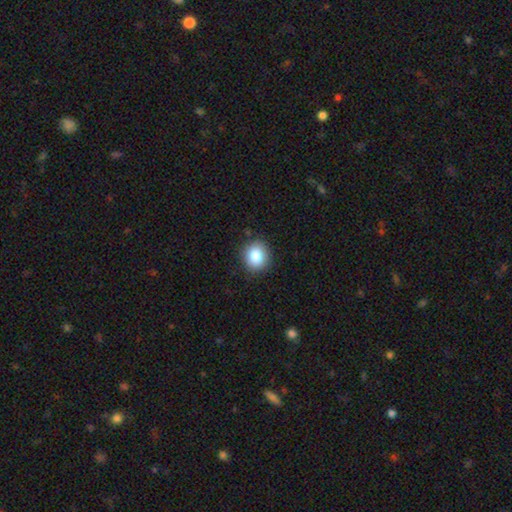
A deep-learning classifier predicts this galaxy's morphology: smooth-or-featured: smooth: 83% | star or artifact: 10% | featured or disk: 7%
  how-rounded: round: 78% | in between: 21% | cigar-shaped: 1%
  merging: none: 88% | minor disturbance: 9% | major disturbance: 2% | merger: 1%